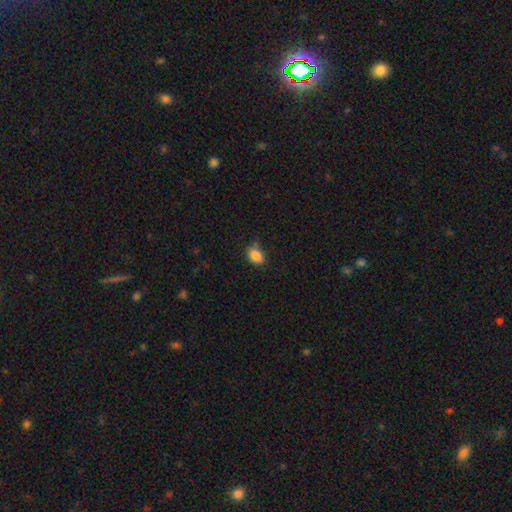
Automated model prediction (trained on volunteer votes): A smooth galaxy with no disk features (86%) that is in between round and cigar-shaped (79%).

Vote fractions:
- Smooth or featured? smooth: 86% / star or artifact: 9% / featured or disk: 5%
- How rounded? in between: 79% / round: 20% / cigar-shaped: 1%
- Merging? none: 69% / minor disturbance: 24% / major disturbance: 5% / merger: 2%